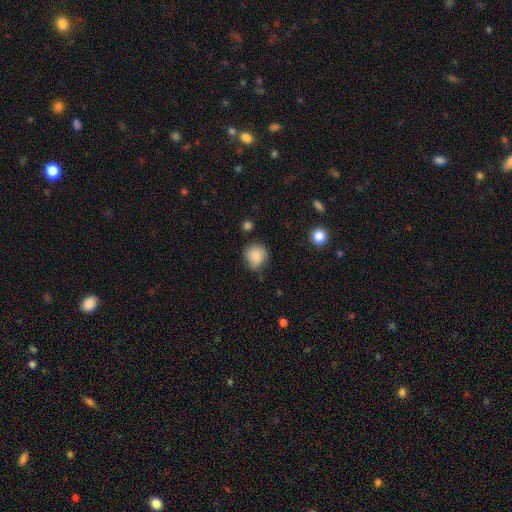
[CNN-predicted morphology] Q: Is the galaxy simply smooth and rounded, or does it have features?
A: smooth — 85%.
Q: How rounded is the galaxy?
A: round — 81%.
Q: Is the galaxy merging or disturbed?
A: none — 61%.